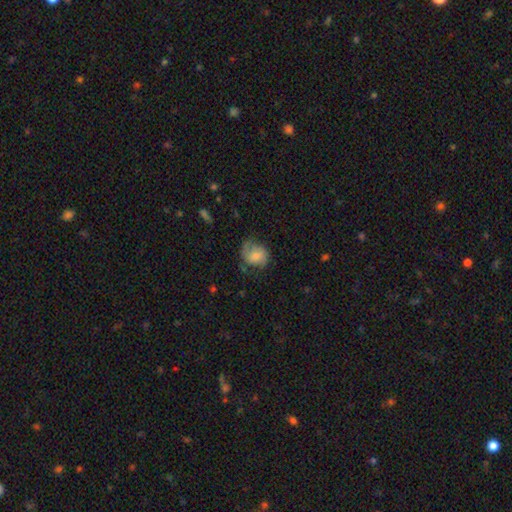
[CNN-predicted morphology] A featured or disk galaxy (48%). Merging: none (57%).